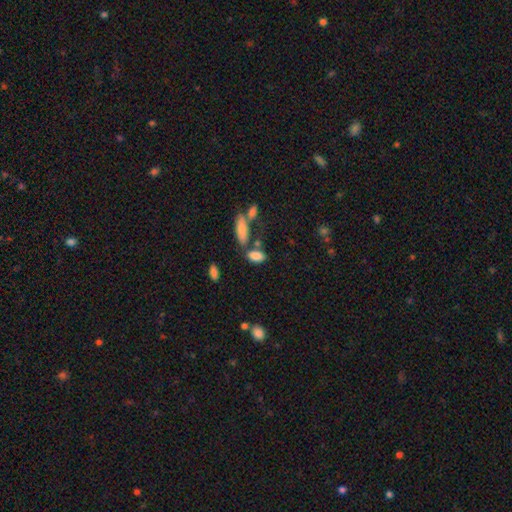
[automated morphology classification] type=smooth (83%); roundness=in between (85%); merging=none (56%).